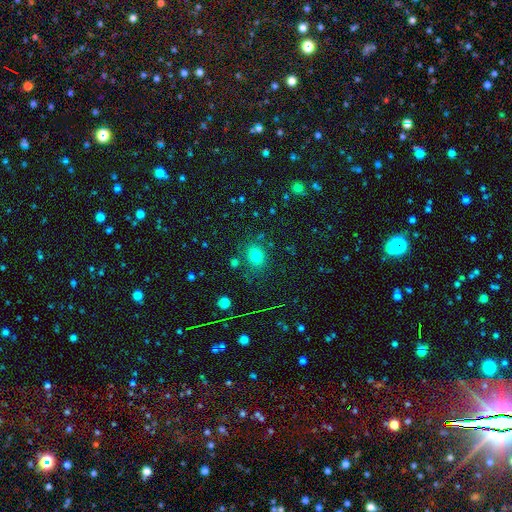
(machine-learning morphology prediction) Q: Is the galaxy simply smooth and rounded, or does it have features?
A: smooth — 73%.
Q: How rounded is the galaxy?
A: round — 56%.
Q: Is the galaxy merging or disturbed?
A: none — 79%.